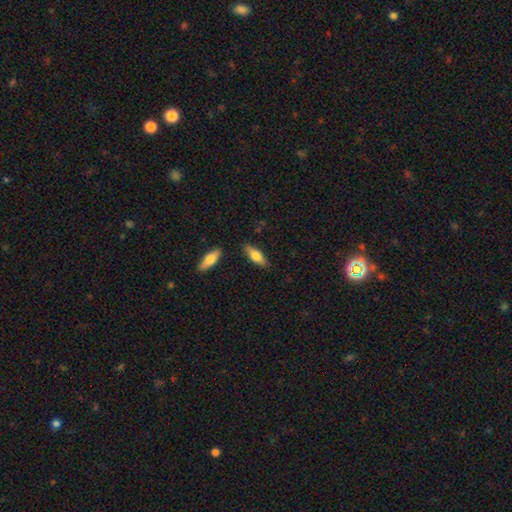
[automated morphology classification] This is likely a smooth galaxy (70%). How rounded: likely in between (66%). Merging: clearly none (82%).